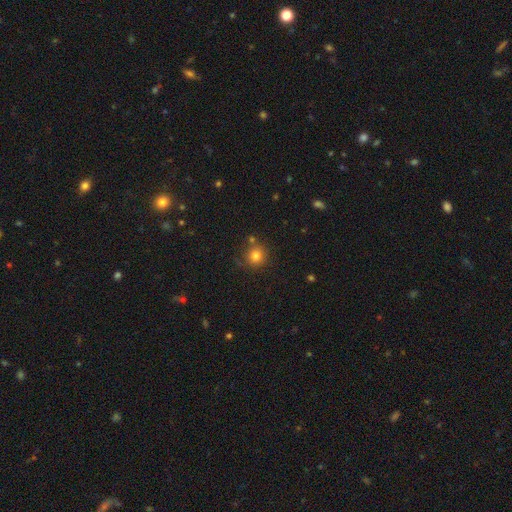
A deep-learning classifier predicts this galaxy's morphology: A smooth galaxy with no disk features (80%) that is round (89%). Merging: none (76%).